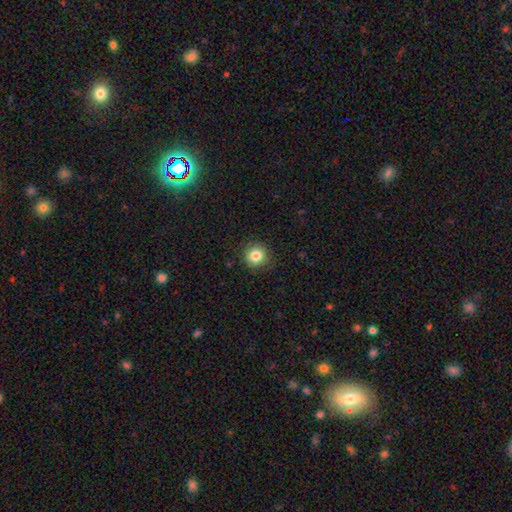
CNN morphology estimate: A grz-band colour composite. It shows a smooth galaxy with no disk features (83%) that is round (92%). Merging: none (89%).